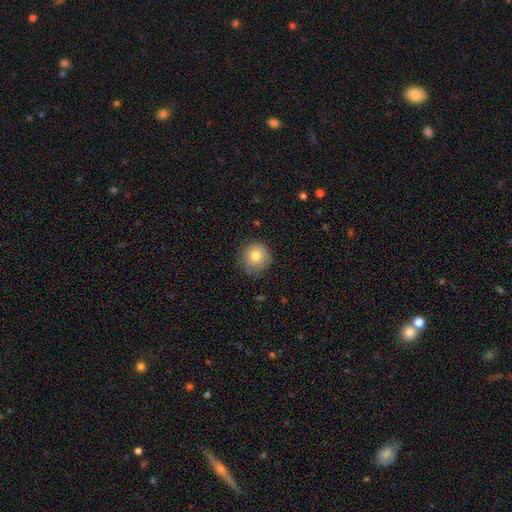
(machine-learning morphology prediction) Overall: smooth (80%). How rounded: round (93%). Merging: none (78%).